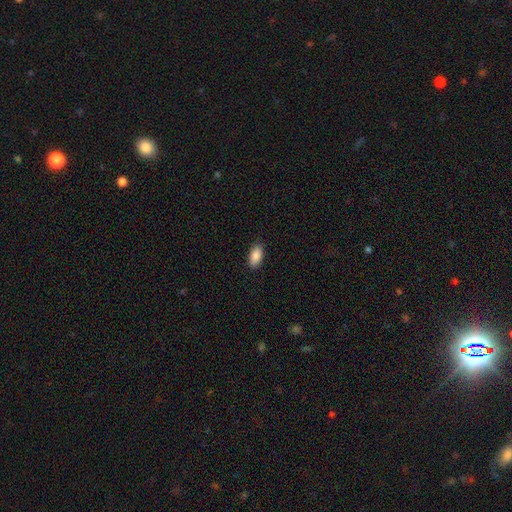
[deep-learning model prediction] smooth 88%, star or artifact 7%, featured or disk 5%. Down the decision tree: how rounded — in between (93%); merging — none (89%).